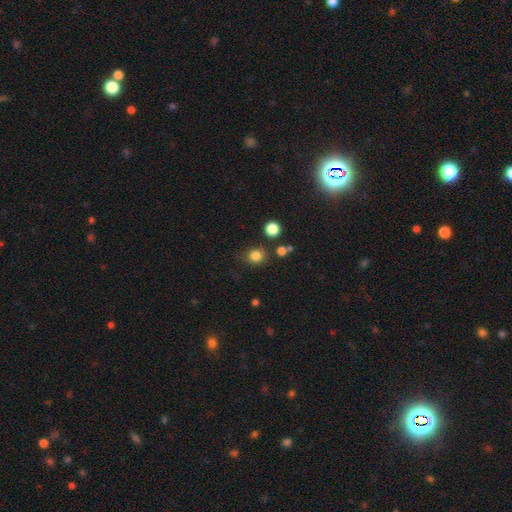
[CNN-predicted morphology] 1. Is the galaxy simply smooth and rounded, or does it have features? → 82% smooth, 13% star or artifact, 5% featured or disk.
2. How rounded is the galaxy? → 80% round, 19% in between, 1% cigar-shaped.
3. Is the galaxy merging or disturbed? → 76% none, 14% minor disturbance, 5% merger, 5% major disturbance.